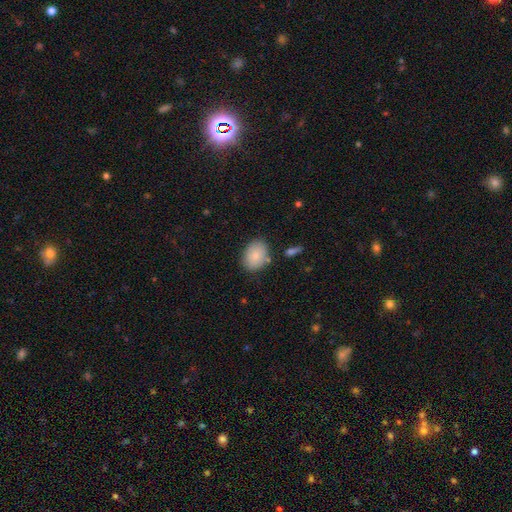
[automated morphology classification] smooth-or-featured: smooth: 83% | featured or disk: 10% | star or artifact: 7%
  how-rounded: in between: 73% | round: 26% | cigar-shaped: 1%
  merging: none: 78% | minor disturbance: 14% | merger: 4% | major disturbance: 3%